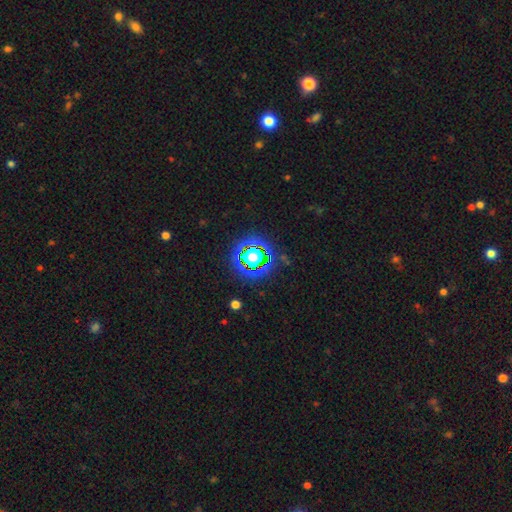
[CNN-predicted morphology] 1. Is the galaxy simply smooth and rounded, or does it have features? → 74% star or artifact, 17% smooth, 9% featured or disk.